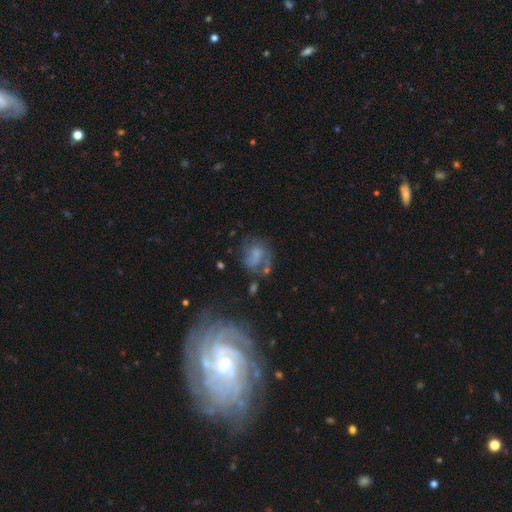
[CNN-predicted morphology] This appears to be a featured or disk galaxy (50%). Merging: none (41%).